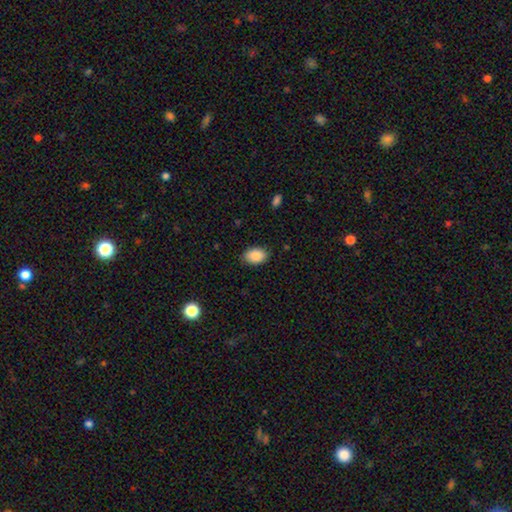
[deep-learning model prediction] This appears to be a smooth galaxy with no disk features (87%) that is in between round and cigar-shaped (86%). Merging: none (84%).